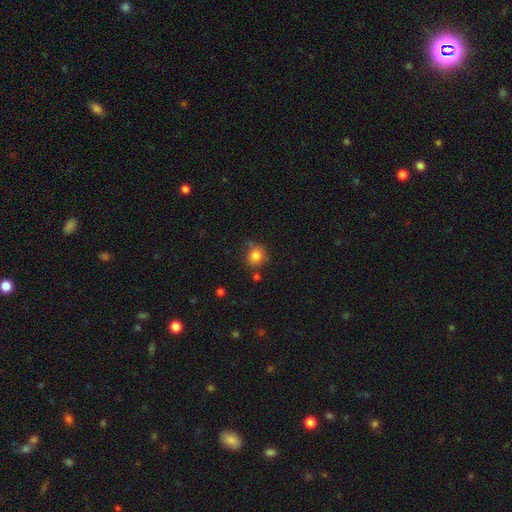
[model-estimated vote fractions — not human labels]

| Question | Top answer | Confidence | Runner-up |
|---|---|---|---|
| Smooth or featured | smooth | 83% | star or artifact (11%) |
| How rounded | round | 81% | in between (18%) |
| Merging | none | 72% | minor disturbance (16%) |